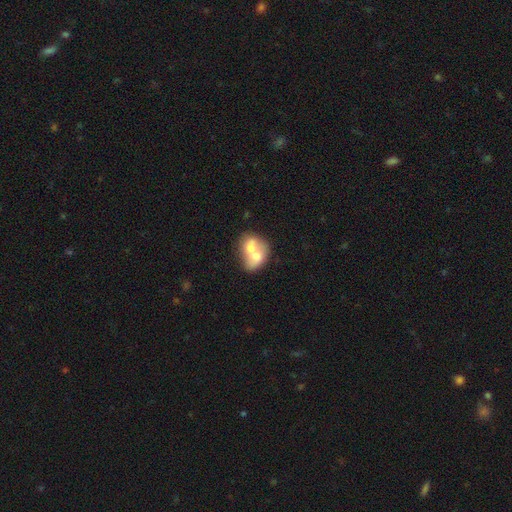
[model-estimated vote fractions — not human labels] This appears to be a smooth galaxy with no disk features (57%) that is in between round and cigar-shaped (55%). Merging: merger (76%).